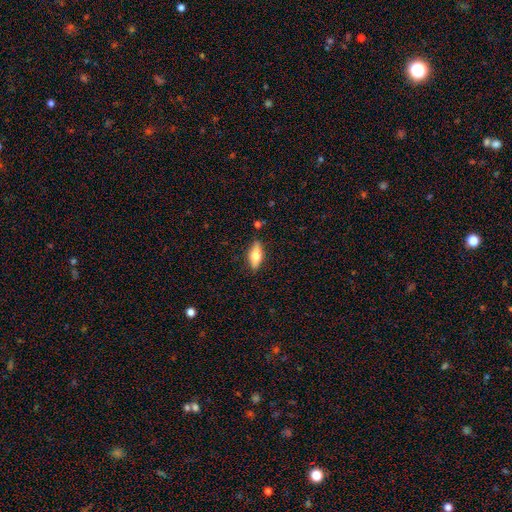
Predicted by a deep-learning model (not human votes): This appears to be a smooth galaxy with no disk features (61%) that is in between round and cigar-shaped (67%). Merging: none (84%).